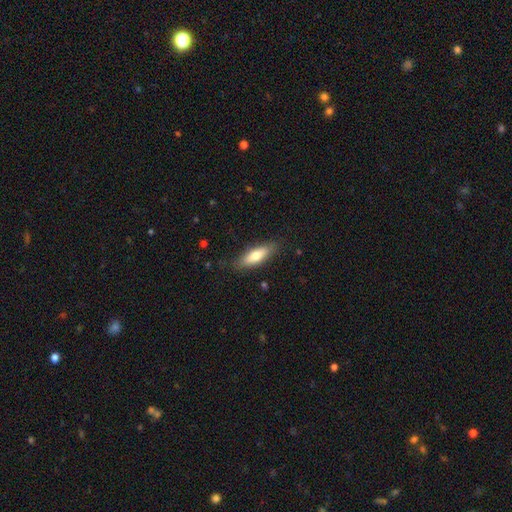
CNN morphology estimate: A smooth galaxy with no disk features (71%) that is in between round and cigar-shaped (54%).

Vote fractions:
- Smooth or featured? smooth: 71% / featured or disk: 23% / star or artifact: 6%
- How rounded? in between: 54% / cigar-shaped: 44% / round: 2%
- Merging? none: 82% / minor disturbance: 14% / major disturbance: 3% / merger: 1%